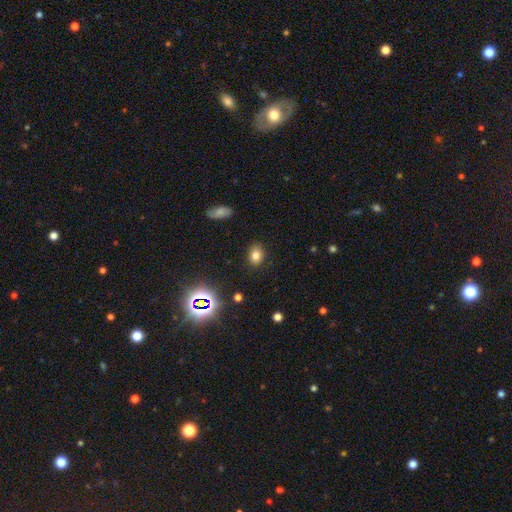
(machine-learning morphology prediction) smooth_or_featured: smooth (p=0.77) [alt: star or artifact p=0.17]
how_rounded: in between (p=0.63) [alt: round p=0.36]
merging: none (p=0.85) [alt: minor disturbance p=0.10]